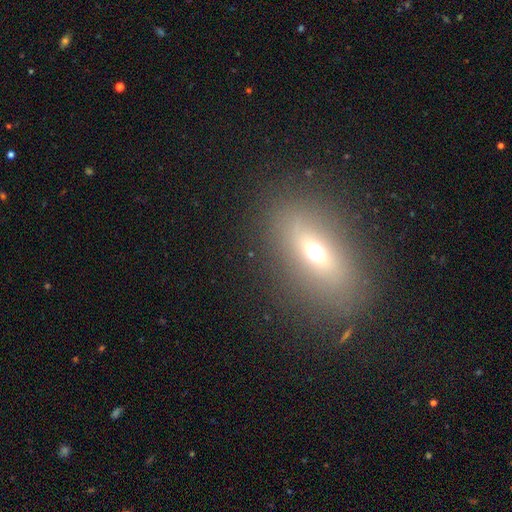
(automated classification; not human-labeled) Q: Smooth or featured?
A: smooth (48%); runner-up: featured or disk (36%)
Q: Merging?
A: none (84%); runner-up: minor disturbance (10%)